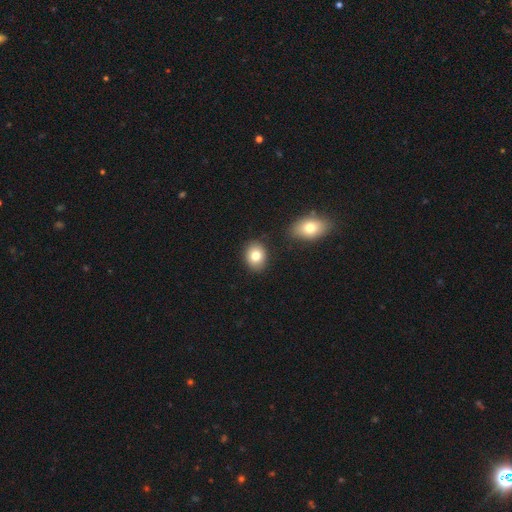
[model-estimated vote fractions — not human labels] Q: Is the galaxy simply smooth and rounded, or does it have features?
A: smooth — 81%.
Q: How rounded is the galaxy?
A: in between — 52%.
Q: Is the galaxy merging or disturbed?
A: none — 85%.